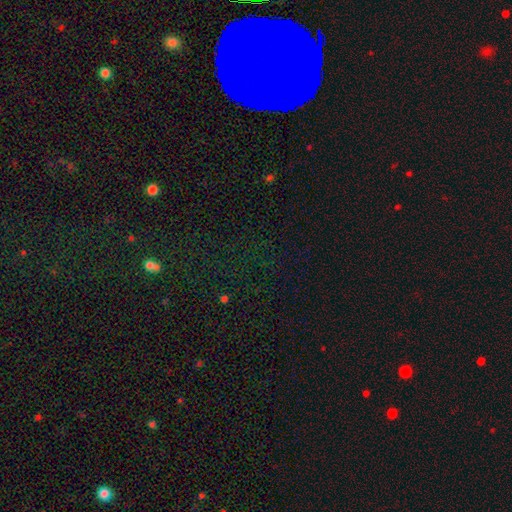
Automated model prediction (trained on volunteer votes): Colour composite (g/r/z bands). It shows a star or artifact, not a galaxy (53%).